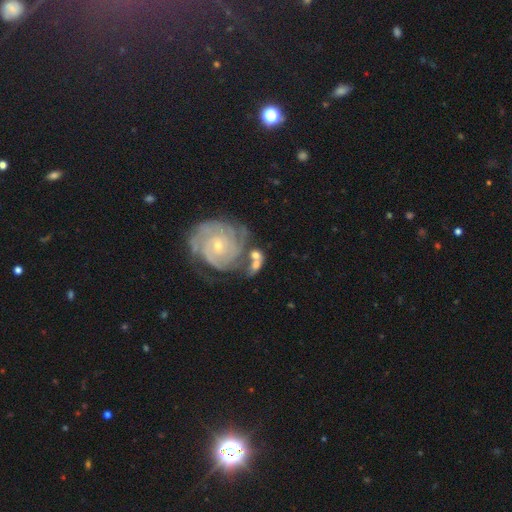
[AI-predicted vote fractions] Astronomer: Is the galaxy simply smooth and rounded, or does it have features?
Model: featured or disk — 72%.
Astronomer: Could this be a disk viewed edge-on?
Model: no — 96%.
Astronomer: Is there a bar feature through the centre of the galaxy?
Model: no — 70%.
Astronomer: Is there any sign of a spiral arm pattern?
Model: yes — 91%.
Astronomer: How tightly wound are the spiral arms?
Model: tight — 71%.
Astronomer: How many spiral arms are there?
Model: can't tell — 27% (runner-up: 3, 26%).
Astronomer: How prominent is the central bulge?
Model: small — 67%.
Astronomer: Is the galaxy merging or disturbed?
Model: none — 46% (runner-up: merger, 28%).